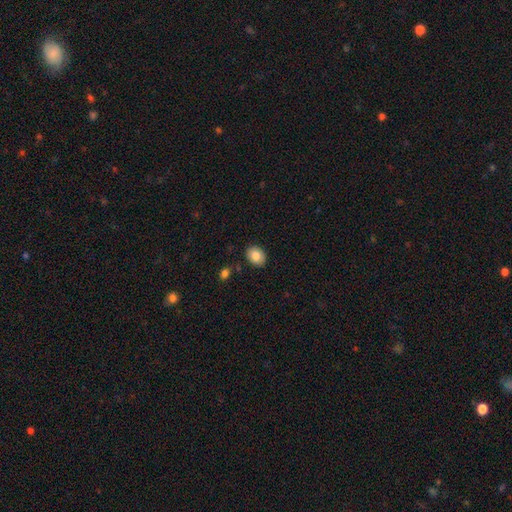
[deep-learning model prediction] Morphology: type=smooth (84%); roundness=in between (62%); merging=none (88%).